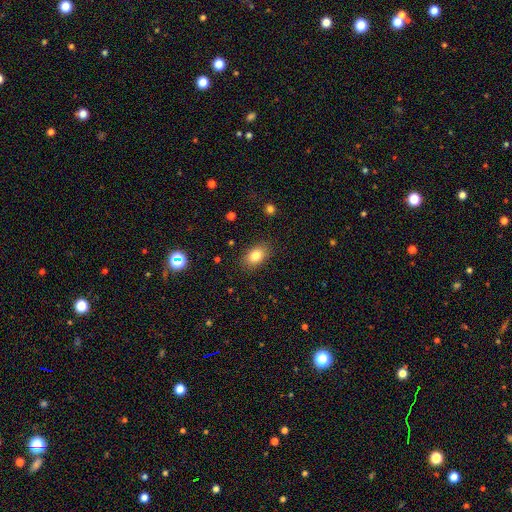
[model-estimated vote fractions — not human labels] This is clearly a smooth galaxy (82%). How rounded: clearly in between (82%). Merging: clearly none (86%).